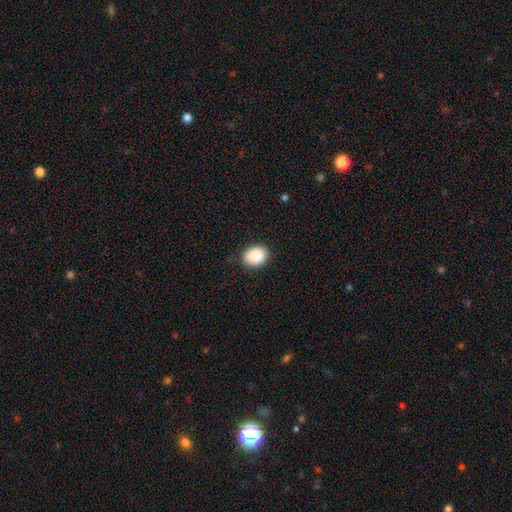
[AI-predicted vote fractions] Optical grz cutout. It shows a smooth galaxy with no disk features (89%) that is in between round and cigar-shaped (57%). Merging: none (85%).